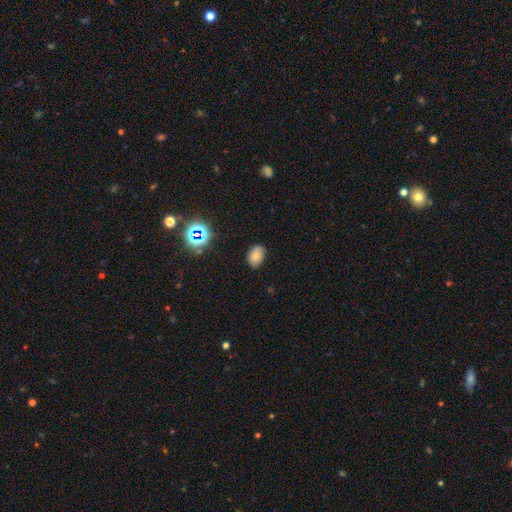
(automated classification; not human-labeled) This appears to be a smooth galaxy with no disk features (76%) that is in between round and cigar-shaped (84%). Merging: none (76%).